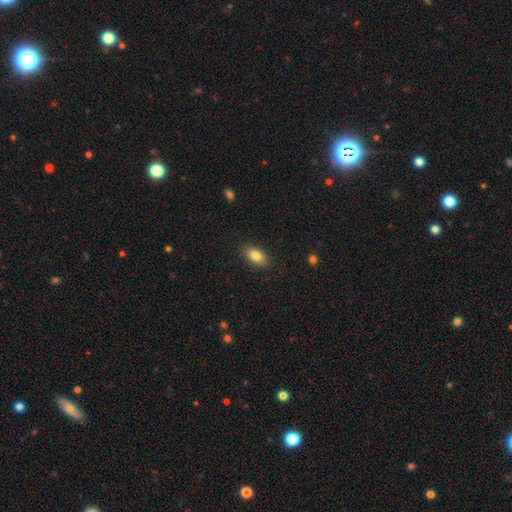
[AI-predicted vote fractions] Q: Smooth or featured?
A: smooth (83%); runner-up: featured or disk (9%)
Q: How rounded?
A: in between (90%); runner-up: round (6%)
Q: Merging?
A: none (88%); runner-up: minor disturbance (9%)